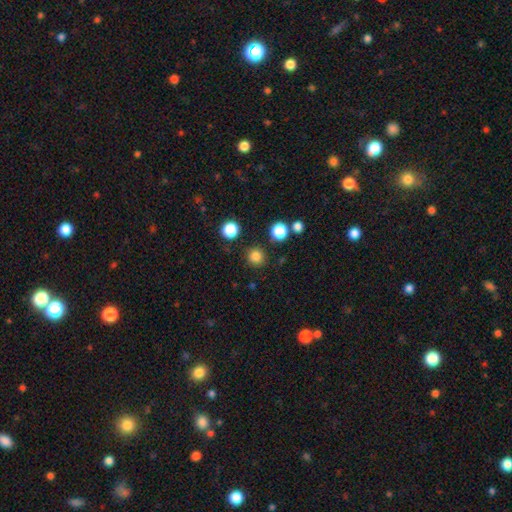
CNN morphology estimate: type=smooth (81%); roundness=round (94%); merging=none (88%).